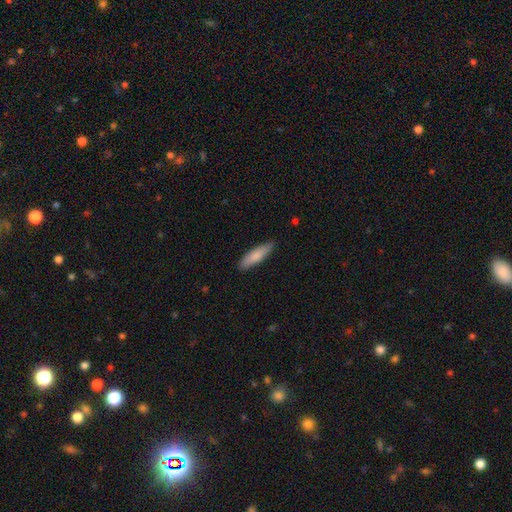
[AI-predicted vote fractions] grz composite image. It shows a smooth galaxy with no disk features (82%) that is cigar-shaped (66%). Merging: none (84%).